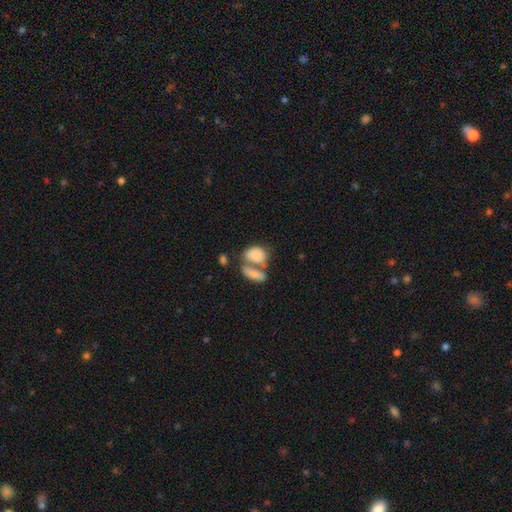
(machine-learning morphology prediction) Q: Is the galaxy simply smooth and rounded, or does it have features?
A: smooth — 80%.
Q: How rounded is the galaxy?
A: in between — 81%.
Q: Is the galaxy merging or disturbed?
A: merger — 57%.